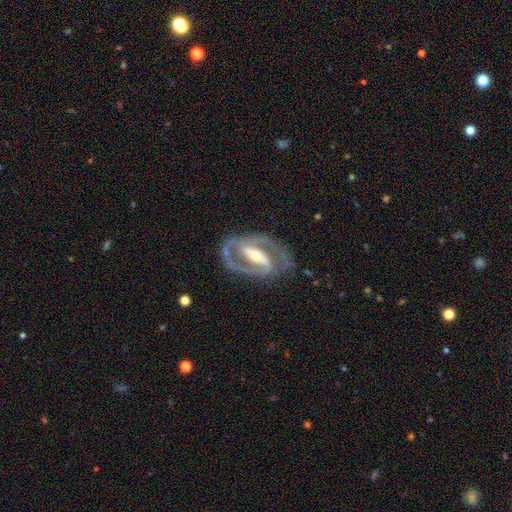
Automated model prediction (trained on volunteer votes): Smooth or featured? featured or disk (90%)
Edge-on disk? no (96%)
Bar? strong (69%)
Spiral arms? yes (94%)
Spiral winding? medium (53%)
Spiral arm count? 2 (91%)
Bulge size? moderate (56%)
Merging? none (78%)